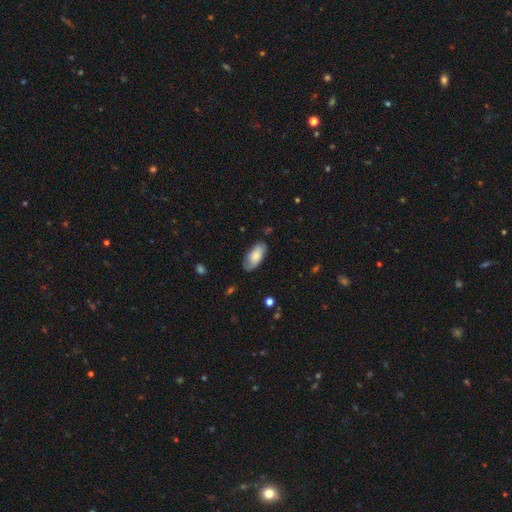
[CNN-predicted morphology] Smooth or featured? smooth (70%)
How rounded? in between (92%)
Merging? none (74%)